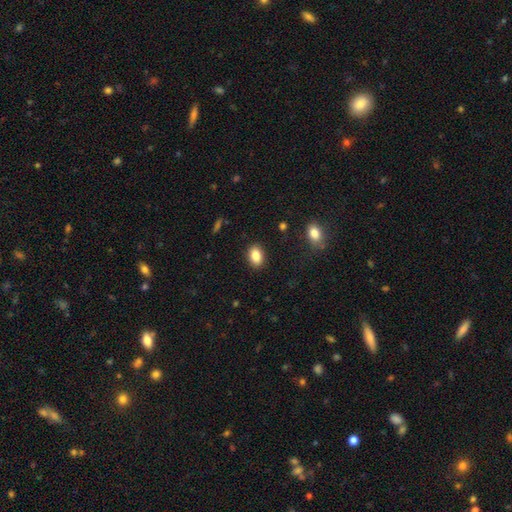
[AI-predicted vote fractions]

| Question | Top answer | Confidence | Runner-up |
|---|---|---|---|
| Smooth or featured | smooth | 86% | star or artifact (8%) |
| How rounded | in between | 85% | round (14%) |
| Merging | none | 89% | minor disturbance (8%) |